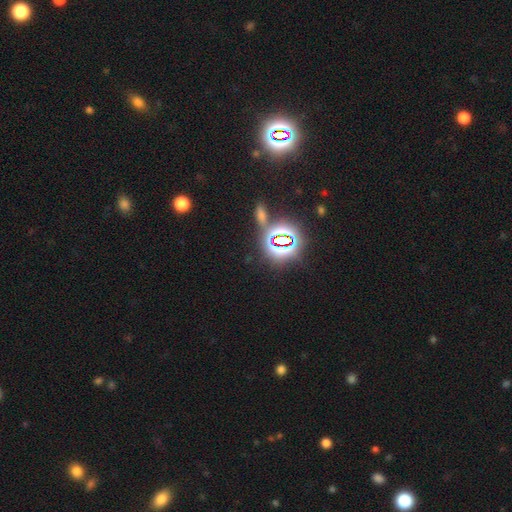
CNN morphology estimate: The model was most divided on "smooth or featured": star or artifact: 80%, smooth: 13%, featured or disk: 6%.